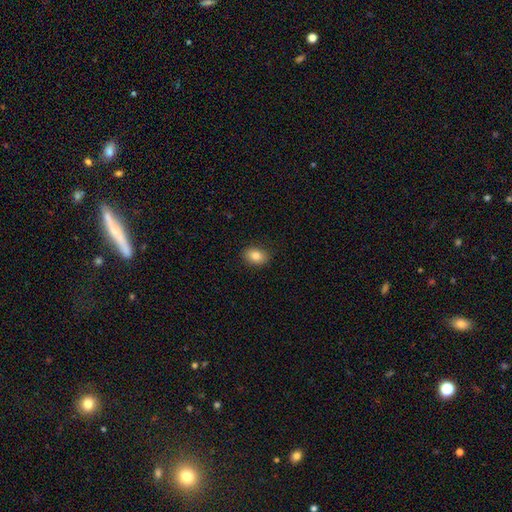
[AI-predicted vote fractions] Smooth or featured?
  - smooth: 84% *
  - star or artifact: 9%
  - featured or disk: 7%
How rounded?
  - in between: 73% *
  - round: 26%
  - cigar-shaped: 1%
Merging?
  - none: 88% *
  - minor disturbance: 9%
  - major disturbance: 2%
  - merger: 1%